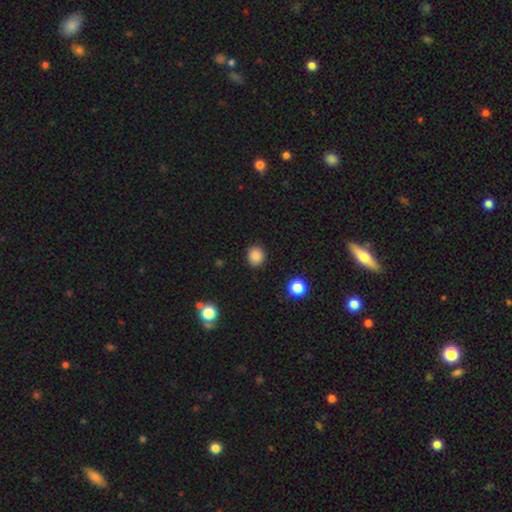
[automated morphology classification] Smooth or featured: smooth — 86% (star or artifact — 11%)
How rounded: round — 77% (in between — 22%)
Merging: none — 89% (minor disturbance — 7%)